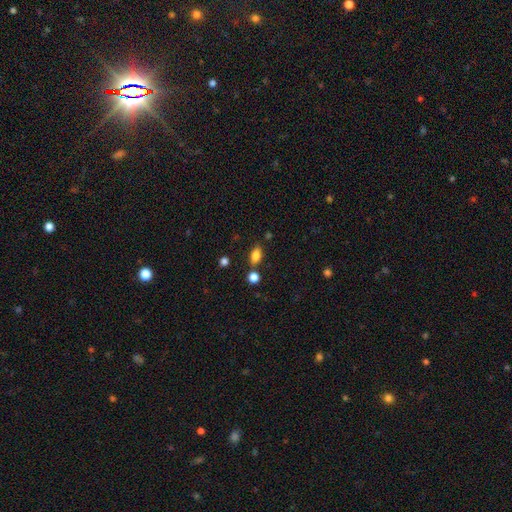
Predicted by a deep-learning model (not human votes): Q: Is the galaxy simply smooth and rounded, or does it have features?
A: smooth — 82%.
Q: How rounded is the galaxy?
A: in between — 85%.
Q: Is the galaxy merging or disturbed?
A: none — 77%.